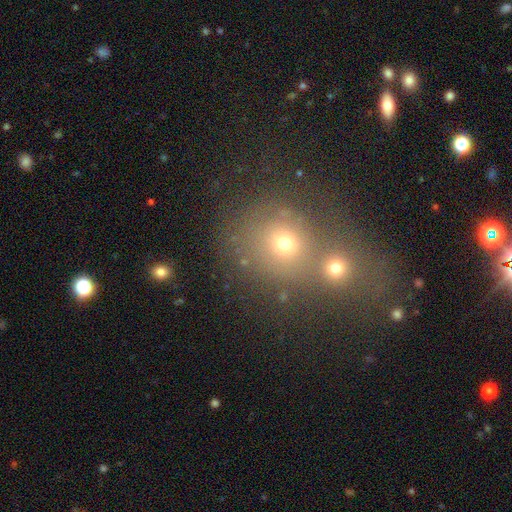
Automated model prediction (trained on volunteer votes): A smooth galaxy with no disk features (53%) that is round (81%). Merging: merger (54%).